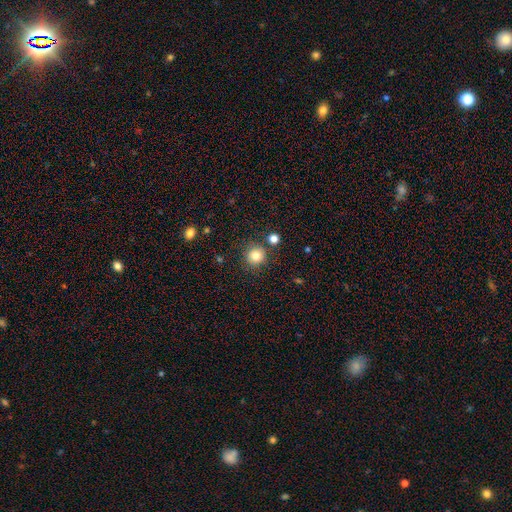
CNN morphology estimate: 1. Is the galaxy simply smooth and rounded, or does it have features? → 83% smooth, 11% star or artifact, 6% featured or disk.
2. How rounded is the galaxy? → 92% round, 7% in between, 1% cigar-shaped.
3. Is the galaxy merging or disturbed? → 83% none, 8% minor disturbance, 5% merger, 3% major disturbance.